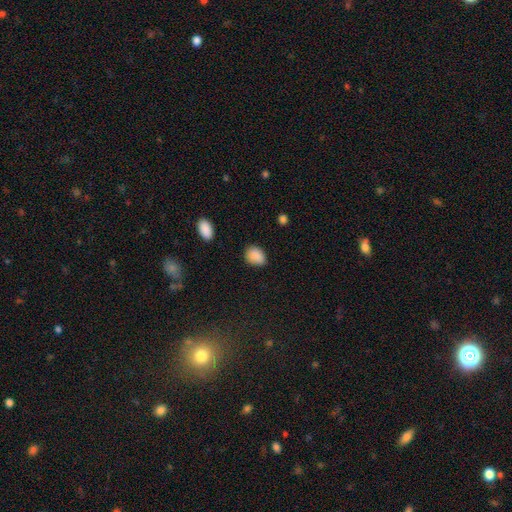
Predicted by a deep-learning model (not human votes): This is clearly a smooth galaxy (88%). How rounded: likely in between (64%). Merging: likely none (73%).